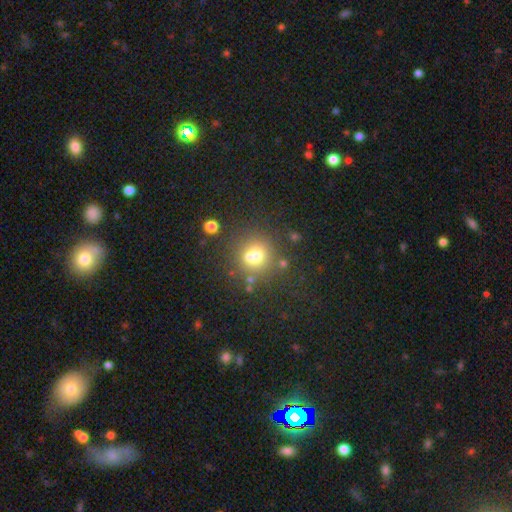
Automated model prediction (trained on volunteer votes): This is likely a smooth galaxy (67%). How rounded: likely round (78%). Merging: likely none (60%).